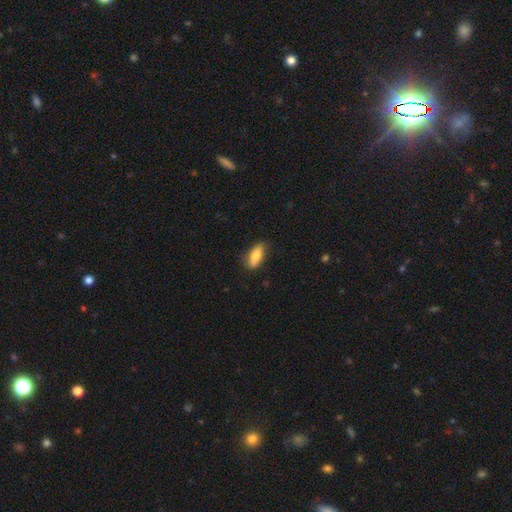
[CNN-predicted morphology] This appears to be a smooth galaxy with no disk features (75%) that is in between round and cigar-shaped (77%). Merging: none (74%).